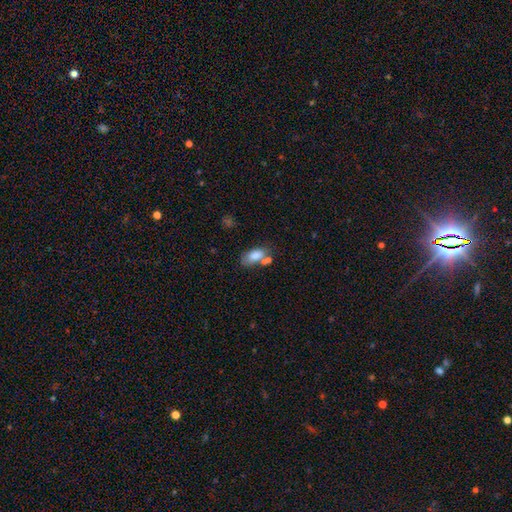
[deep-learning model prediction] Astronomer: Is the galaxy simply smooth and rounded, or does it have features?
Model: smooth — 80%.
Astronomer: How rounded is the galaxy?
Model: in between — 88%.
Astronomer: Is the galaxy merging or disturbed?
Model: none — 50%.